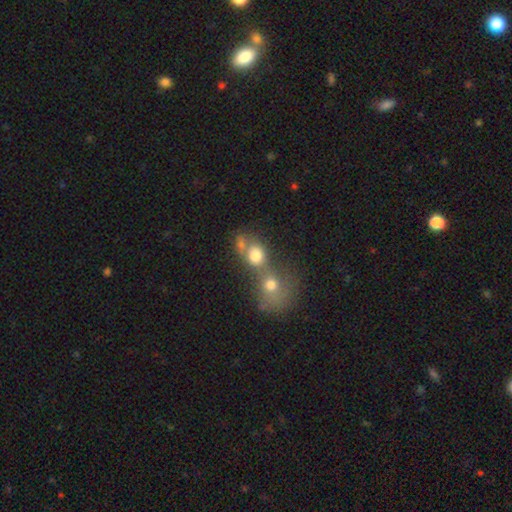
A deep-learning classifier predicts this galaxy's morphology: A smooth galaxy with no disk features (71%) that is round (64%). Merging: merger (66%).